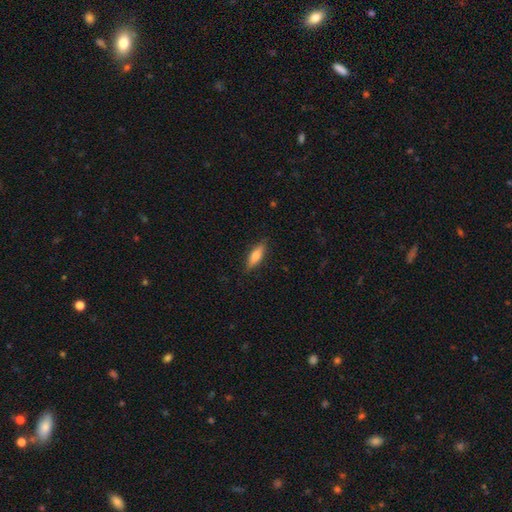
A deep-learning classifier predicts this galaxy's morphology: Smooth or featured: smooth — 66% (featured or disk — 28%)
How rounded: cigar-shaped — 49% (tied with in between — 49%)
Merging: none — 86% (minor disturbance — 11%)